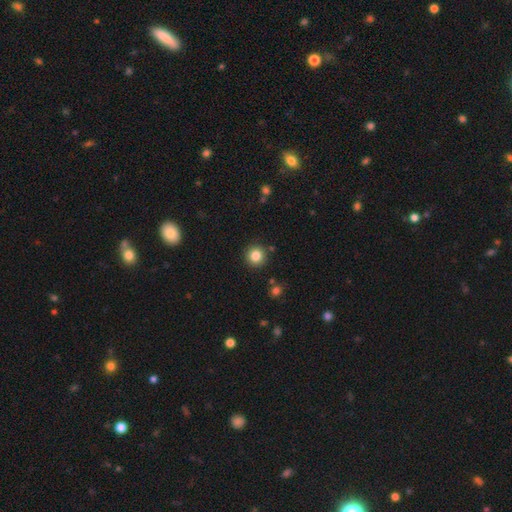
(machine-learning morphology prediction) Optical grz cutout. It shows a smooth galaxy with no disk features (84%) that is round (95%). Merging: none (89%).